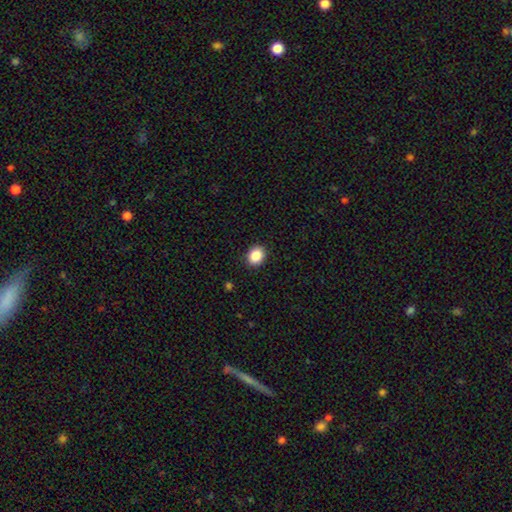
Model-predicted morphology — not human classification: smooth-or-featured: smooth: 88% | star or artifact: 9% | featured or disk: 3%
  how-rounded: round: 51% | in between: 48% | cigar-shaped: 1%
  merging: none: 90% | minor disturbance: 7% | major disturbance: 2% | merger: 1%